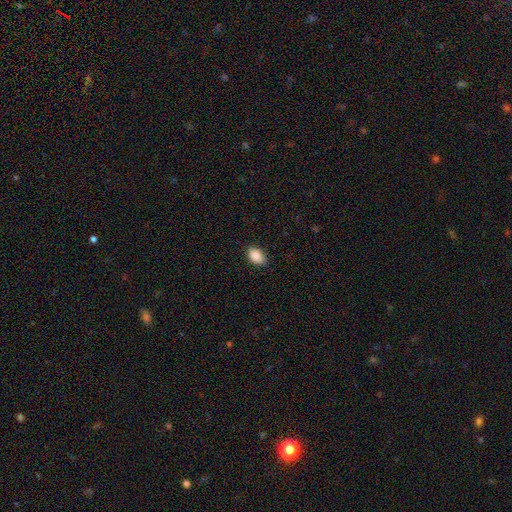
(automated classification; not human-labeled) This appears to be a smooth galaxy with no disk features (90%) that is in between round and cigar-shaped (91%). Merging: none (87%).